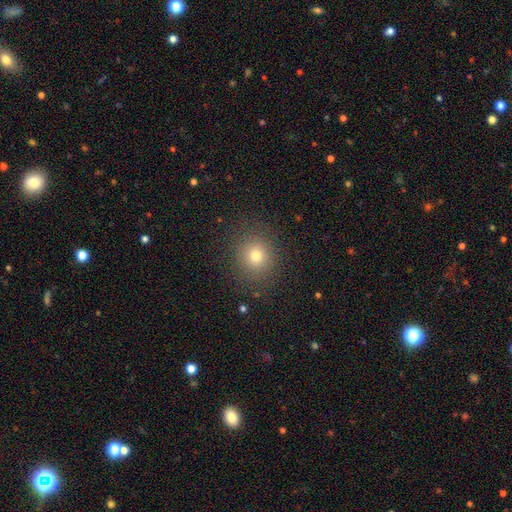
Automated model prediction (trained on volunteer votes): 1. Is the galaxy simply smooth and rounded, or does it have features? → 74% smooth, 18% star or artifact, 8% featured or disk.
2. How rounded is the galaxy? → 87% round, 12% in between, 1% cigar-shaped.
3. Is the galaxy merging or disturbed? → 89% none, 7% minor disturbance, 3% major disturbance, 1% merger.